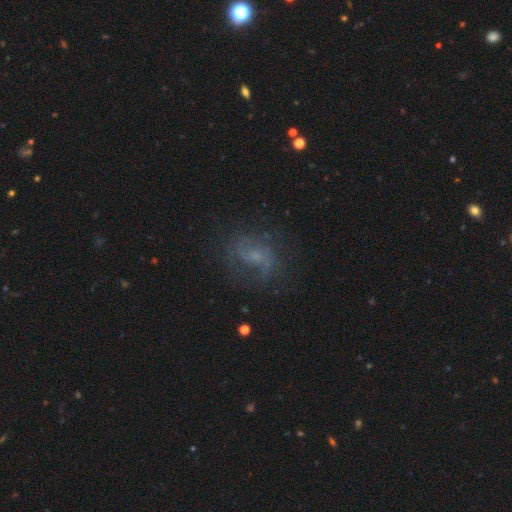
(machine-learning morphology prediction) A featured or disk galaxy (57%) with no bar (50%), spiral arms (76%) and a small central bulge (51%).

Vote fractions:
- Smooth or featured? featured or disk: 57% / smooth: 26% / star or artifact: 17%
- Edge-on disk? no: 96% / yes: 4%
- Bar? no: 50% / weak: 40% / strong: 9%
- Spiral arms? yes: 76% / no: 24%
- Bulge size? small: 51% / none: 25% / moderate: 20% / large: 2% / dominant: 1%
- Merging? none: 68% / minor disturbance: 17% / major disturbance: 13% / merger: 2%